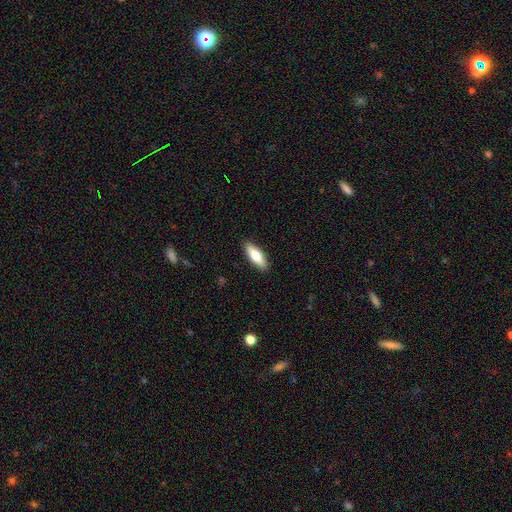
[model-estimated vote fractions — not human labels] A smooth galaxy with no disk features (68%) that is in between round and cigar-shaped (59%).

Vote fractions:
- Smooth or featured? smooth: 68% / featured or disk: 26% / star or artifact: 6%
- How rounded? in between: 59% / cigar-shaped: 39% / round: 2%
- Merging? none: 90% / minor disturbance: 8% / major disturbance: 2% / merger: 1%